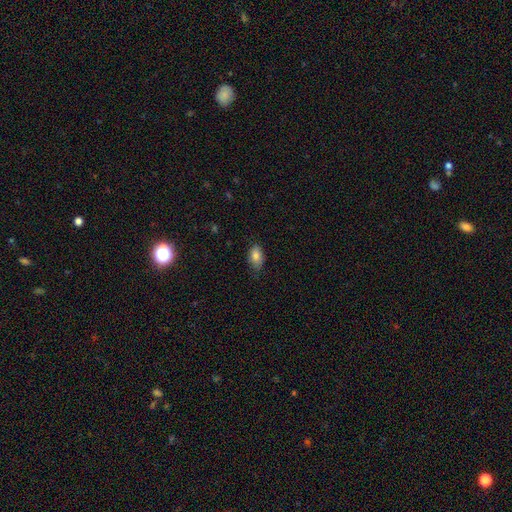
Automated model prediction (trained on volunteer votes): Smooth or featured? Predicted: smooth (p=0.83). How rounded? Predicted: in between (p=0.89). Merging? Predicted: none (p=0.69).